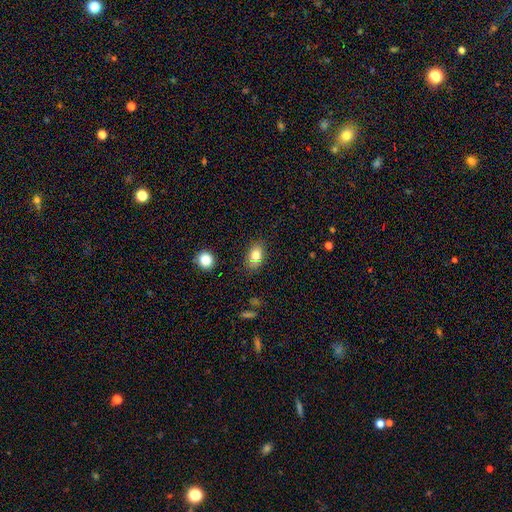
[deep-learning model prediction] A smooth galaxy with no disk features (81%) that is in between round and cigar-shaped (81%). Merging: none (81%).